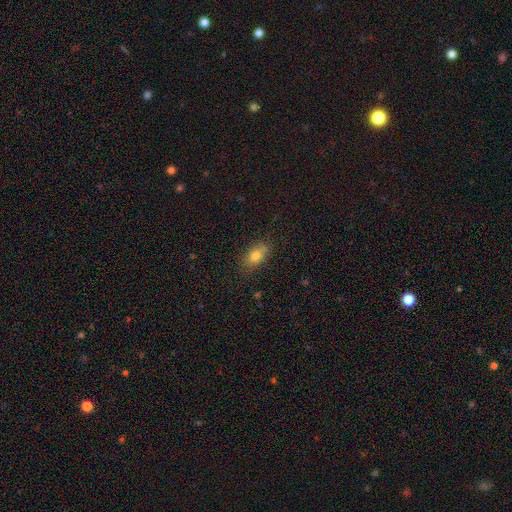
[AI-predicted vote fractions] A smooth galaxy with no disk features (77%) that is in between round and cigar-shaped (81%).

Vote fractions:
- Smooth or featured? smooth: 77% / featured or disk: 12% / star or artifact: 10%
- How rounded? in between: 81% / round: 15% / cigar-shaped: 4%
- Merging? none: 75% / minor disturbance: 18% / major disturbance: 4% / merger: 3%